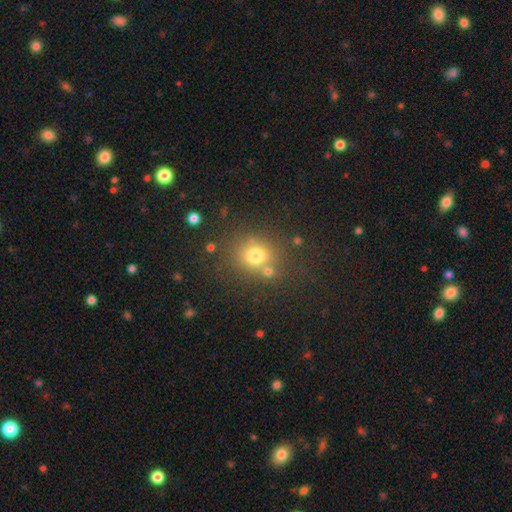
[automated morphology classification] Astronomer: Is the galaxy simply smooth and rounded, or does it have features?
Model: smooth — 73%.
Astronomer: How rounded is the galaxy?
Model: round — 78%.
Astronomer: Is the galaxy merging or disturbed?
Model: none — 72%.